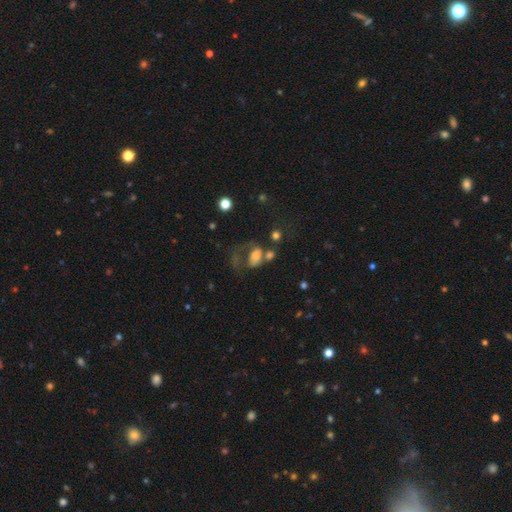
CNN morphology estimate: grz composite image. It shows a smooth galaxy with no disk features (59%) that is in between round and cigar-shaped (76%). Merging: major disturbance (39%).